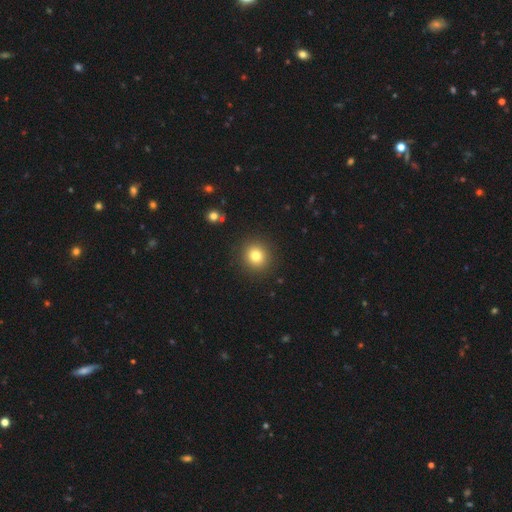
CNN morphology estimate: smooth 80%, star or artifact 12%, featured or disk 8%. Down the decision tree: how rounded — round (91%); merging — none (91%).